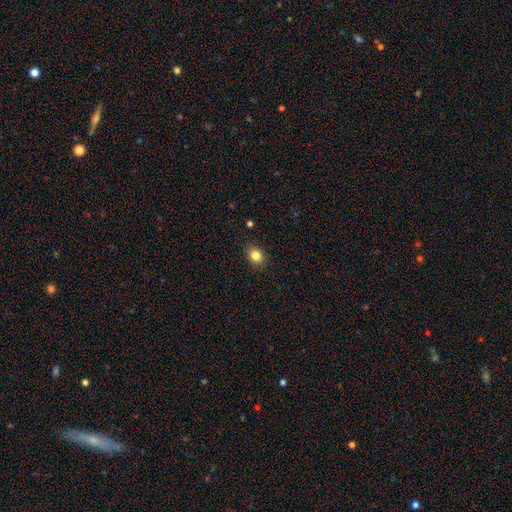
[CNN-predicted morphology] A smooth galaxy with no disk features (83%) that is round (54%).

Vote fractions:
- Smooth or featured? smooth: 83% / star or artifact: 11% / featured or disk: 6%
- How rounded? round: 54% / in between: 45% / cigar-shaped: 1%
- Merging? none: 87% / minor disturbance: 10% / major disturbance: 2% / merger: 1%